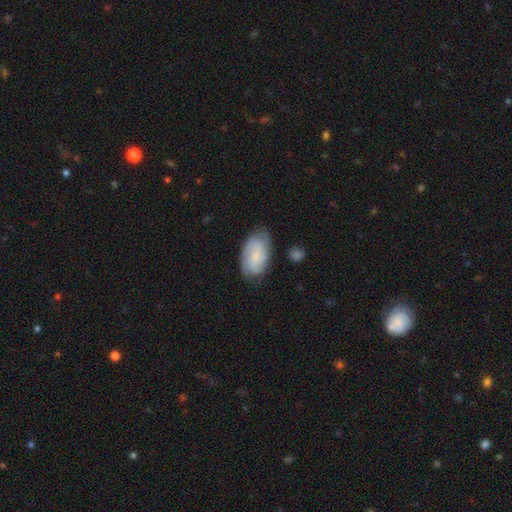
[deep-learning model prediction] Overall: featured or disk (51%; smooth 41%). Edge-on disk: no (96%). Merging: none (69%).